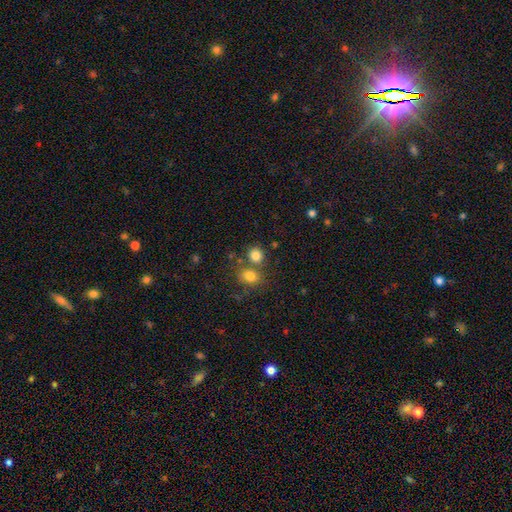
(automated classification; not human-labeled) Overall: smooth (81%). How rounded: round (74%). Merging: none (60%; merger 27%).